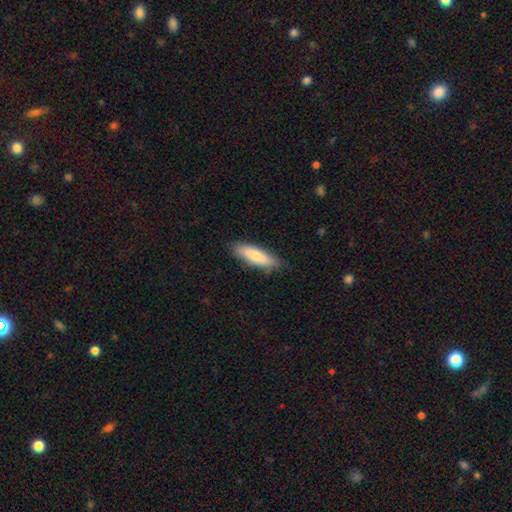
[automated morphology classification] smooth-or-featured: smooth: 77% | featured or disk: 17% | star or artifact: 6%
  how-rounded: cigar-shaped: 51% | in between: 48% | round: 2%
  merging: none: 83% | minor disturbance: 14% | major disturbance: 3% | merger: 1%